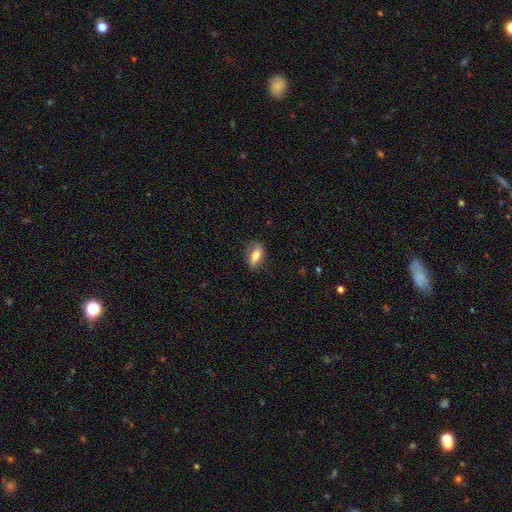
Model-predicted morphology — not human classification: smooth_or_featured: smooth (p=0.71) [alt: featured or disk p=0.21]
how_rounded: in between (p=0.82) [alt: cigar-shaped p=0.11]
merging: none (p=0.76) [alt: minor disturbance p=0.19]